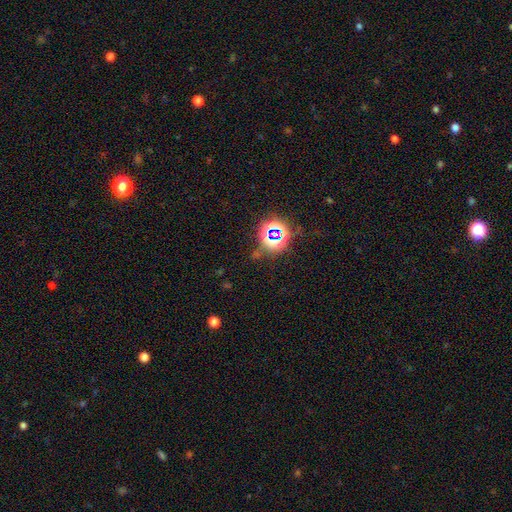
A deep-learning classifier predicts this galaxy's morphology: star or artifact 80%, smooth 13%, featured or disk 7%.